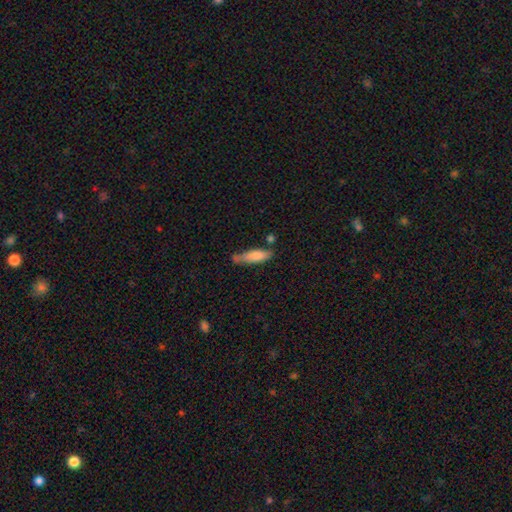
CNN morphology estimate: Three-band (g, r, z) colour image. It shows a smooth galaxy with no disk features (78%) that is cigar-shaped (59%). Merging: none (57%).